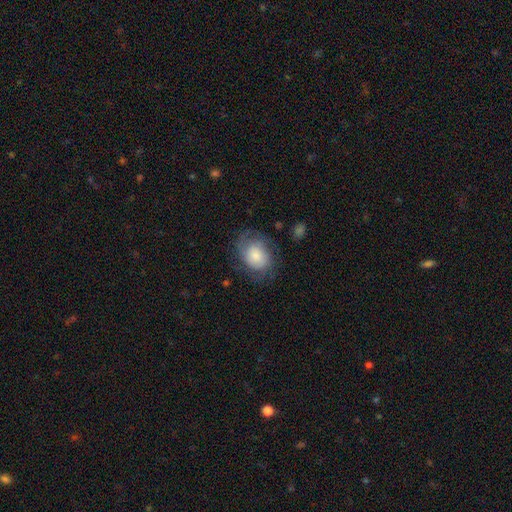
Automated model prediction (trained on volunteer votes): The model was most divided on "how rounded": in between: 57%, round: 42%, cigar-shaped: 1%. More confident: merging — none (61%); smooth or featured — smooth (54%).